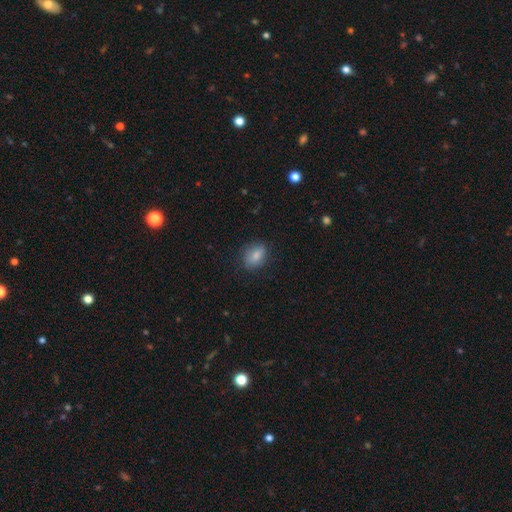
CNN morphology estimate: This appears to be a smooth galaxy with no disk features (82%) that is in between round and cigar-shaped (69%). Merging: none (79%).